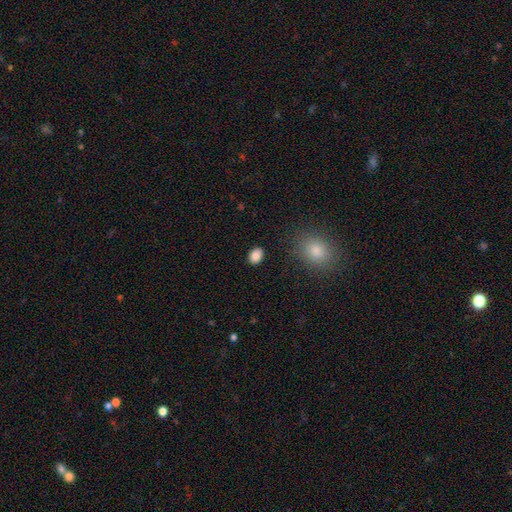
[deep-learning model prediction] A smooth galaxy with no disk features (86%) that is in between round and cigar-shaped (69%). Merging: none (87%).